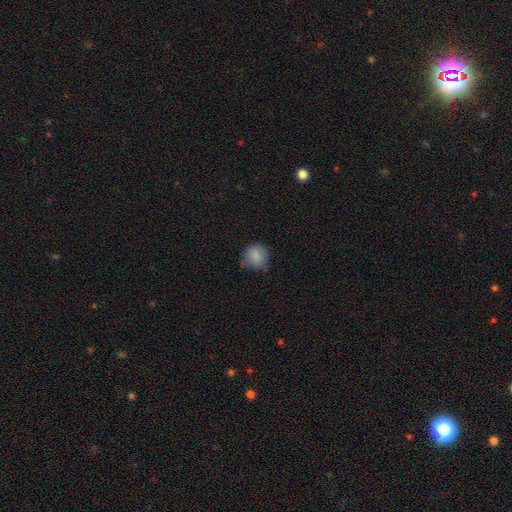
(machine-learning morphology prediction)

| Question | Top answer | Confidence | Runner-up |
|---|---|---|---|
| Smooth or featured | smooth | 84% | star or artifact (9%) |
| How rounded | round | 80% | in between (19%) |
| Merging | none | 64% | minor disturbance (28%) |